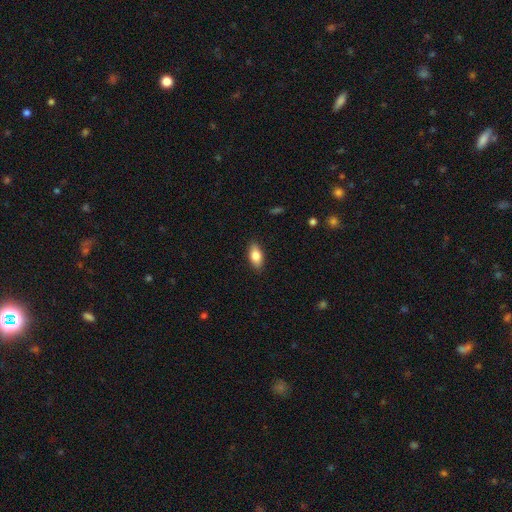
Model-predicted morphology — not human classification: The model was most divided on "smooth or featured": smooth: 81%, featured or disk: 12%, star or artifact: 7%. More confident: merging — none (88%); how rounded — in between (88%).